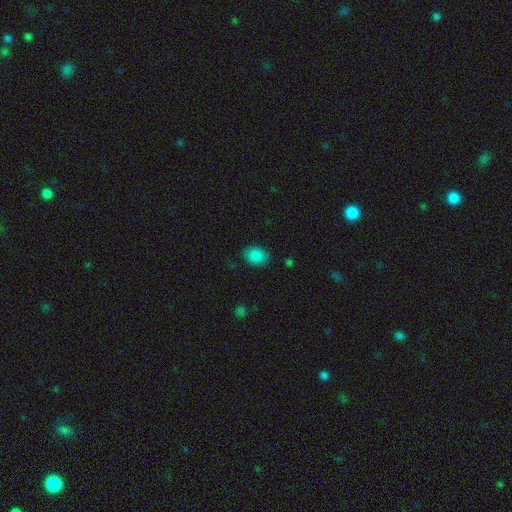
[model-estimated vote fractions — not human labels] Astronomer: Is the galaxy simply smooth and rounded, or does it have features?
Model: smooth — 84%.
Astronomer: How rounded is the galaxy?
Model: in between — 73%.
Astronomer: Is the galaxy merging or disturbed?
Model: none — 84%.